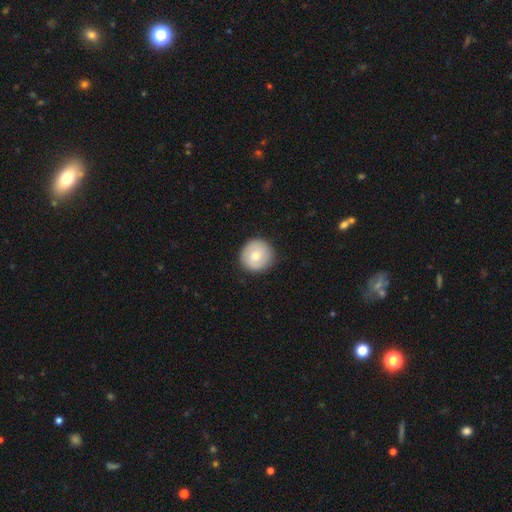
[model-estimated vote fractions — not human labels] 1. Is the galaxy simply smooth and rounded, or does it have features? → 75% smooth, 19% featured or disk, 7% star or artifact.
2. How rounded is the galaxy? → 95% round, 4% in between, 1% cigar-shaped.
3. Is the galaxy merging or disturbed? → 90% none, 7% minor disturbance, 2% major disturbance, 1% merger.